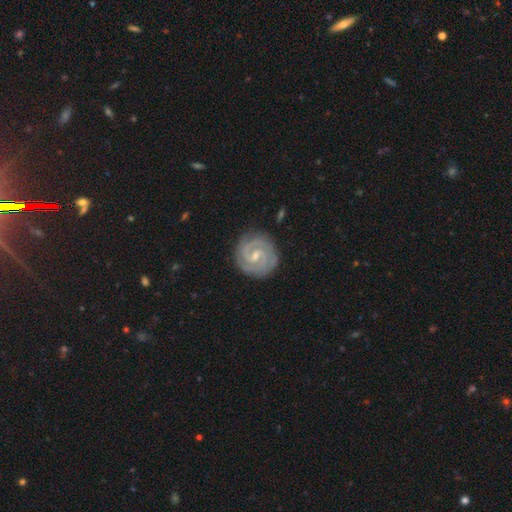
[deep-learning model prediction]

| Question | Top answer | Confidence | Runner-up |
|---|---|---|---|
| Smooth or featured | featured or disk | 90% | smooth (6%) |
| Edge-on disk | no | 98% | yes (2%) |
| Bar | weak | 55% | no (24%) |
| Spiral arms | yes | 98% | no (2%) |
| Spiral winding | tight | 74% | medium (23%) |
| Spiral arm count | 2 | 84% | 3 (7%) |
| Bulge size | small | 61% | moderate (33%) |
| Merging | none | 84% | minor disturbance (12%) |